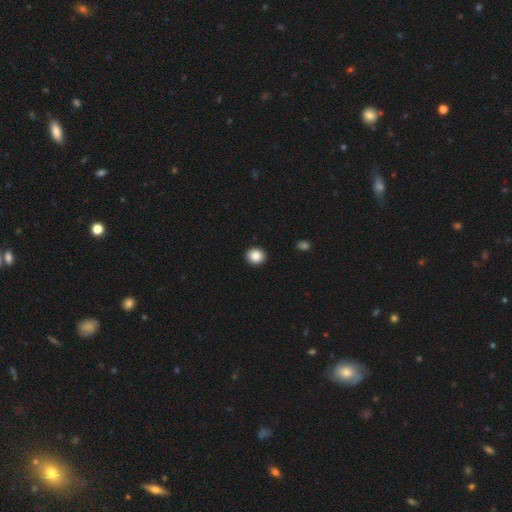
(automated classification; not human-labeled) Smooth or featured? smooth (86%)
How rounded? round (84%)
Merging? none (92%)